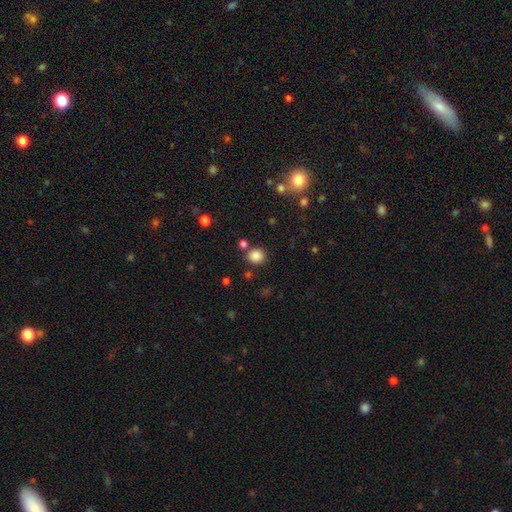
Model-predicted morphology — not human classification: Overall: smooth (85%). How rounded: round (78%). Merging: none (81%).